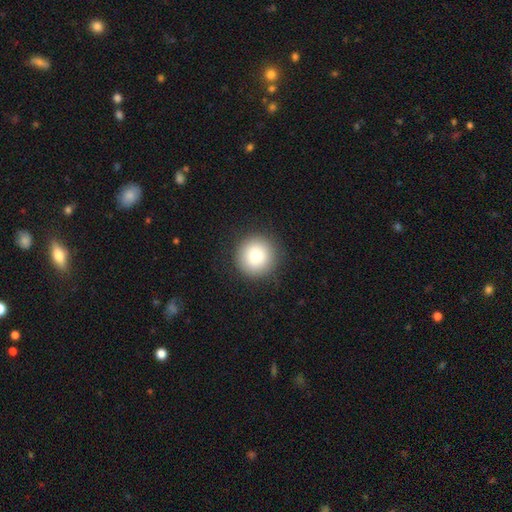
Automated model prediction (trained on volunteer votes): A smooth galaxy with no disk features (78%) that is round (96%).

Vote fractions:
- Smooth or featured? smooth: 78% / featured or disk: 11% / star or artifact: 10%
- How rounded? round: 96% / in between: 3% / cigar-shaped: 1%
- Merging? none: 90% / minor disturbance: 6% / major disturbance: 2% / merger: 1%